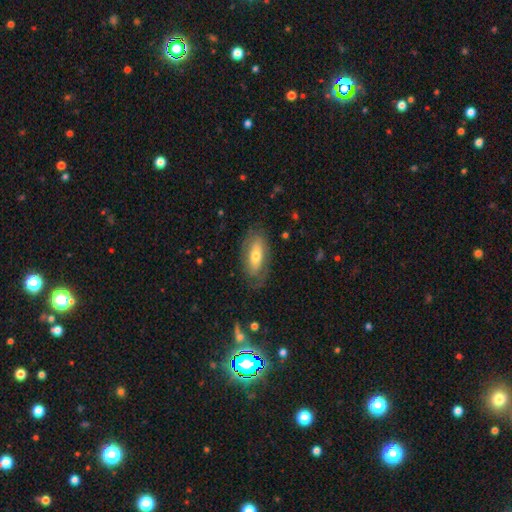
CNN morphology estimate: A smooth galaxy with no disk features (49%). Merging: none (71%).